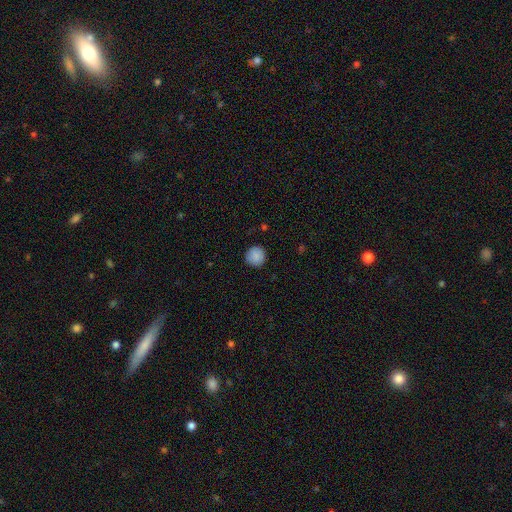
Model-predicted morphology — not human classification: Q: Smooth or featured?
A: smooth (88%); runner-up: star or artifact (7%)
Q: How rounded?
A: round (94%); runner-up: in between (5%)
Q: Merging?
A: none (88%); runner-up: minor disturbance (8%)